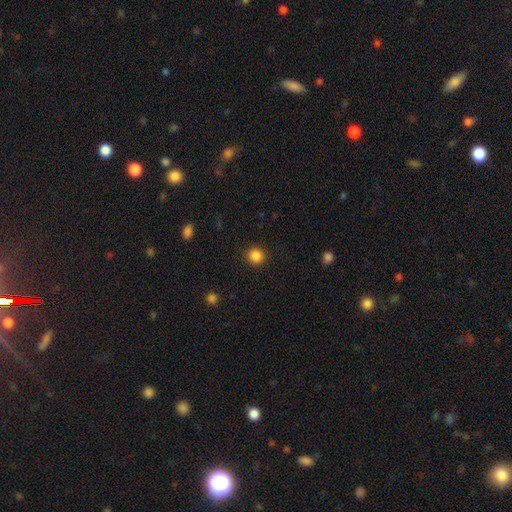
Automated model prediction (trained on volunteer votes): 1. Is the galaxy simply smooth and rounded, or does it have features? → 86% smooth, 11% star or artifact, 3% featured or disk.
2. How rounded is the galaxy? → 92% round, 7% in between, 1% cigar-shaped.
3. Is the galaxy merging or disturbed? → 90% none, 7% minor disturbance, 2% major disturbance, 1% merger.